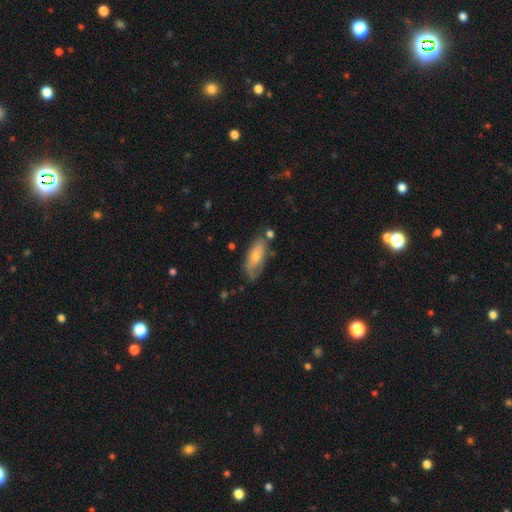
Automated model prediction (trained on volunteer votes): Smooth or featured? Predicted: smooth (p=0.61). How rounded? Predicted: in between (p=0.73). Merging? Predicted: none (p=0.57).